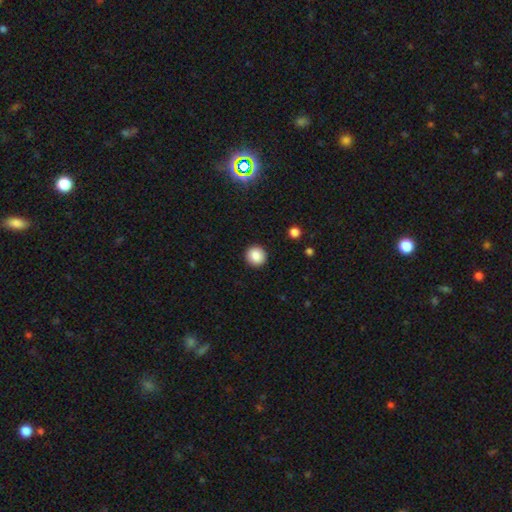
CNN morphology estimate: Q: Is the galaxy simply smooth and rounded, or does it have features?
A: smooth — 87%.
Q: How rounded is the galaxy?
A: round — 94%.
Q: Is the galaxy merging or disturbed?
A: none — 93%.